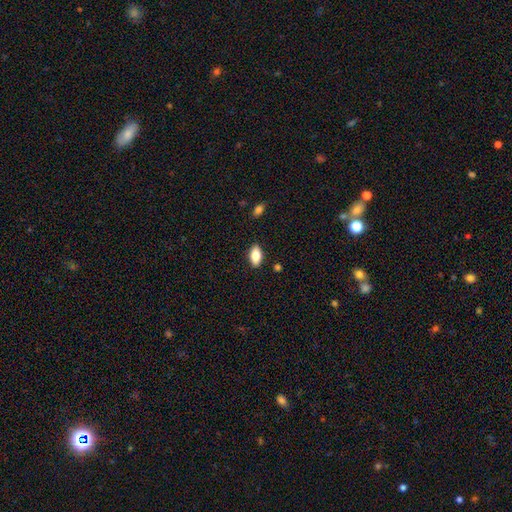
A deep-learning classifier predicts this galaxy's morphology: smooth_or_featured: smooth (p=0.80) [alt: featured or disk p=0.12]
how_rounded: in between (p=0.90) [alt: cigar-shaped p=0.06]
merging: none (p=0.87) [alt: minor disturbance p=0.10]